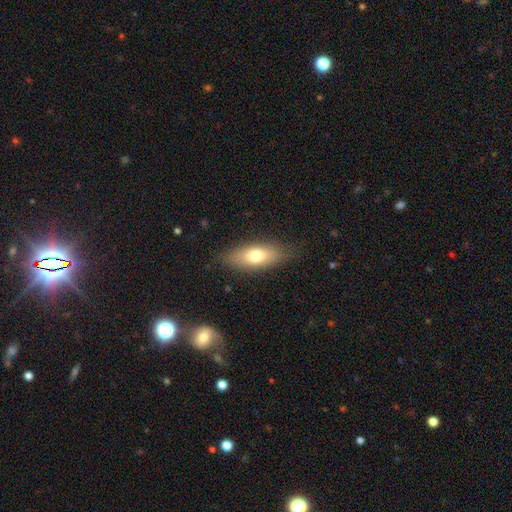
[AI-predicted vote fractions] Morphology: type=smooth (72%); roundness=in between (72%); merging=none (81%).